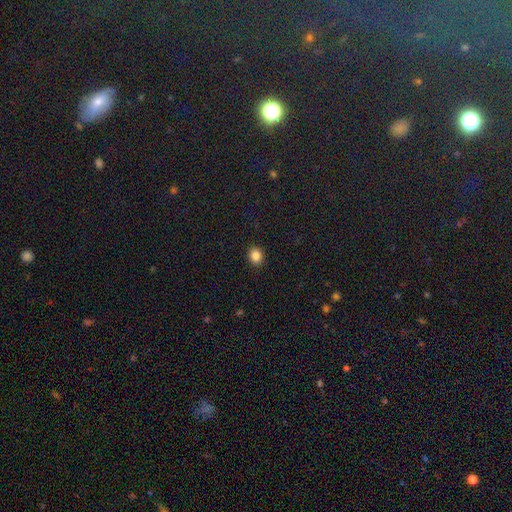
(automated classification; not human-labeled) smooth-or-featured: smooth: 85% | star or artifact: 10% | featured or disk: 5%
  how-rounded: round: 64% | in between: 35% | cigar-shaped: 1%
  merging: none: 91% | minor disturbance: 6% | major disturbance: 2% | merger: 1%